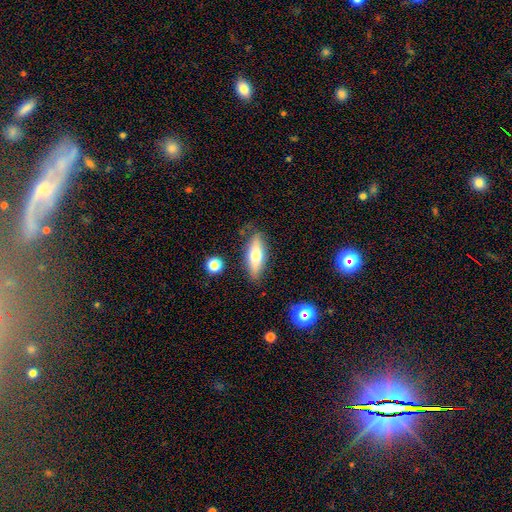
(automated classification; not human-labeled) smooth-or-featured: smooth: 58% | featured or disk: 35% | star or artifact: 7%
  how-rounded: in between: 56% | cigar-shaped: 41% | round: 3%
  merging: none: 82% | minor disturbance: 13% | major disturbance: 3% | merger: 3%